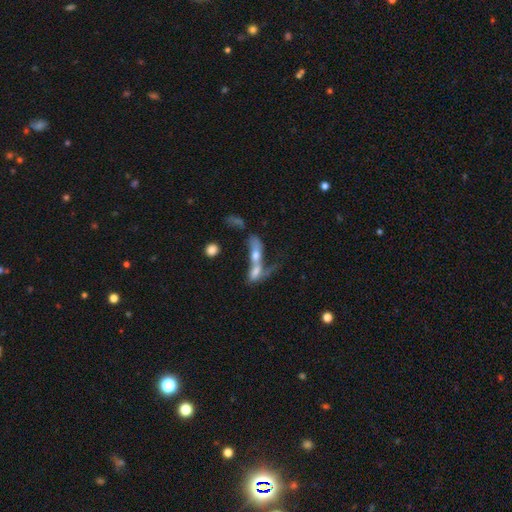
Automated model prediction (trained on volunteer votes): featured or disk 45%, smooth 44%, star or artifact 12%. Down the decision tree: merging — merger (70%).